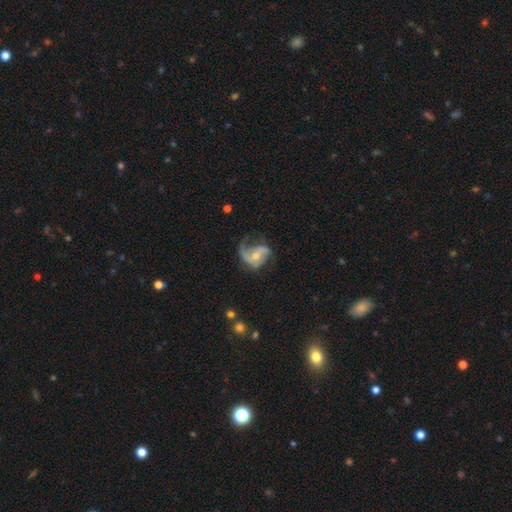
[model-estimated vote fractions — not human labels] A featured or disk galaxy (79%) with no bar (52%), 2 (55%) loose (43%) spiral arms (91%) and a moderate central bulge (57%).

Vote fractions:
- Smooth or featured? featured or disk: 79% / smooth: 15% / star or artifact: 6%
- Edge-on disk? no: 97% / yes: 3%
- Bar? no: 52% / weak: 35% / strong: 14%
- Spiral arms? yes: 91% / no: 9%
- Spiral winding? loose: 43% / medium: 41% / tight: 16%
- Spiral arm count? 2: 55% / 1: 26% / can't tell: 8% / 3: 7% / 4: 2% / more than 4: 2%
- Bulge size? moderate: 57% / small: 37% / large: 3% / none: 2% / dominant: 1%
- Merging? none: 41% / major disturbance: 31% / minor disturbance: 26% / merger: 3%